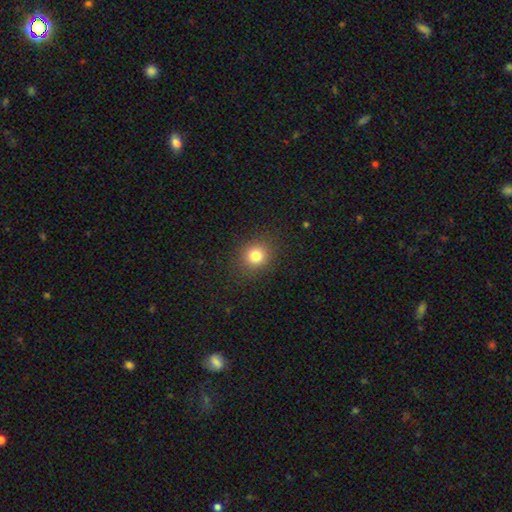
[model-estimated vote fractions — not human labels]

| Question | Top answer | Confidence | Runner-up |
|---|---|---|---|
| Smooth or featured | smooth | 81% | star or artifact (13%) |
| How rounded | round | 81% | in between (18%) |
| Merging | none | 88% | minor disturbance (8%) |